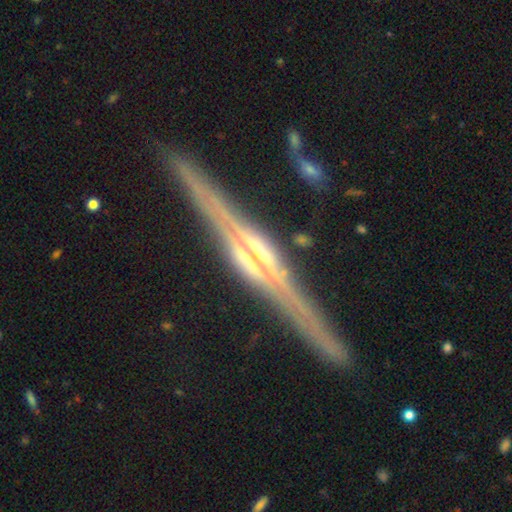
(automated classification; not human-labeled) Smooth or featured: featured or disk — 89% (star or artifact — 6%)
Edge-on disk: yes — 97% (no — 3%)
Edge-on bulge: rounded — 73% (boxy — 17%)
Merging: none — 87% (minor disturbance — 9%)